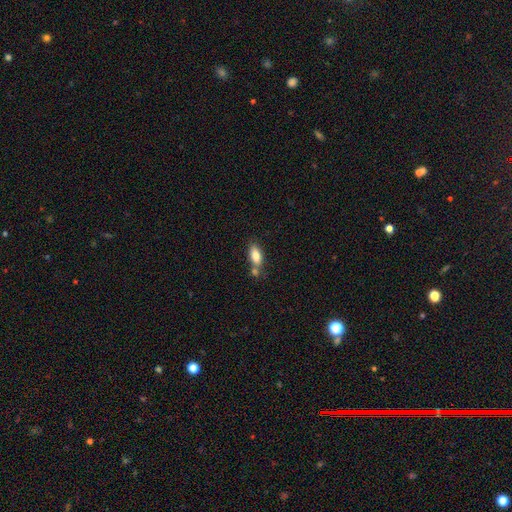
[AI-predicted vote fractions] smooth-or-featured: smooth: 81% | featured or disk: 12% | star or artifact: 7%
  how-rounded: in between: 83% | cigar-shaped: 13% | round: 4%
  merging: none: 49% | merger: 32% | minor disturbance: 14% | major disturbance: 4%